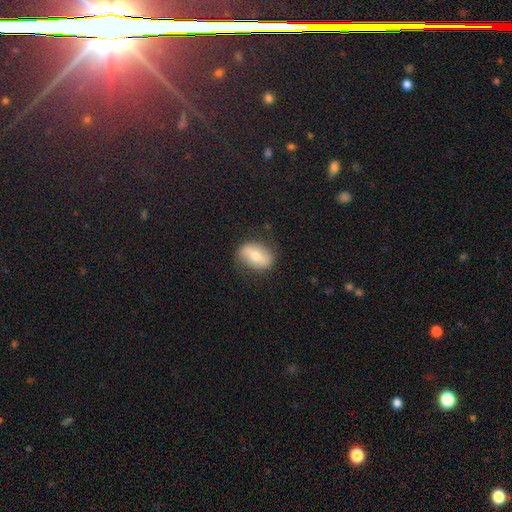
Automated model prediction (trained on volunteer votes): Morphology: type=smooth (55%); roundness=in between (79%); merging=none (80%).